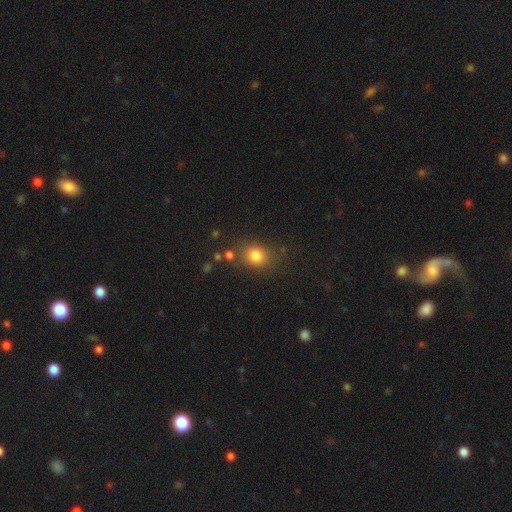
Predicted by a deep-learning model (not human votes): Smooth or featured: smooth — 80% (star or artifact — 13%)
How rounded: round — 65% (in between — 33%)
Merging: none — 73% (minor disturbance — 14%)